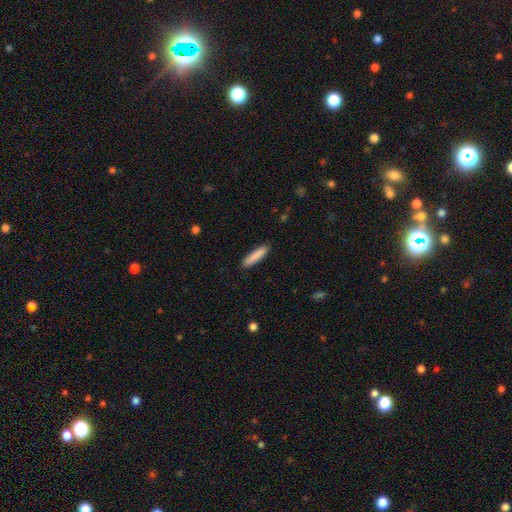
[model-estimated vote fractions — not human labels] Smooth or featured? smooth (87%)
How rounded? cigar-shaped (83%)
Merging? none (89%)